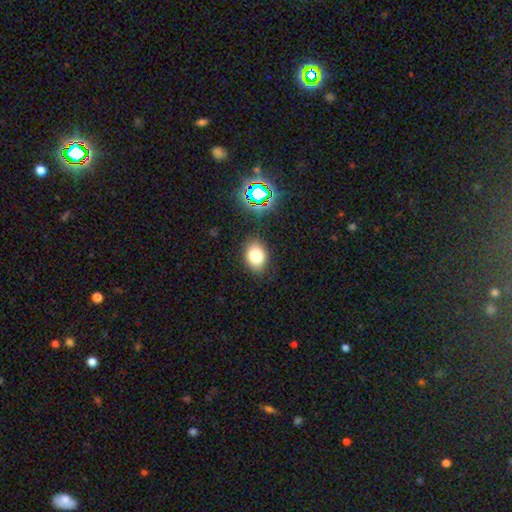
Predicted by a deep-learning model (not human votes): Smooth or featured?
  - smooth: 78% *
  - star or artifact: 14%
  - featured or disk: 8%
How rounded?
  - in between: 68% *
  - round: 31%
  - cigar-shaped: 1%
Merging?
  - none: 84% *
  - minor disturbance: 11%
  - major disturbance: 3%
  - merger: 2%